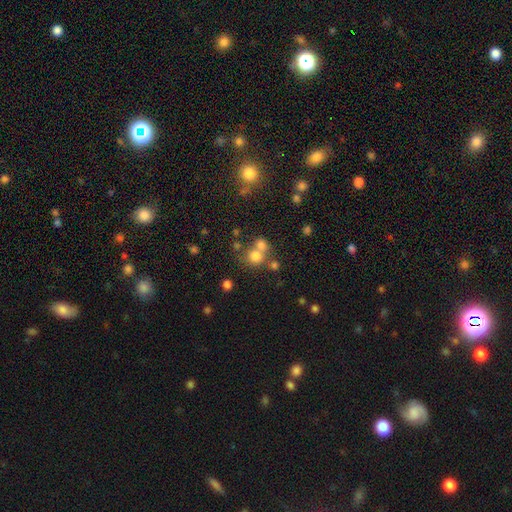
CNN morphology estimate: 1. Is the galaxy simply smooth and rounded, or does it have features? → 72% smooth, 17% star or artifact, 11% featured or disk.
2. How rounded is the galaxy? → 85% round, 14% in between, 1% cigar-shaped.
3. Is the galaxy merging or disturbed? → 47% none, 42% merger, 7% minor disturbance, 4% major disturbance.